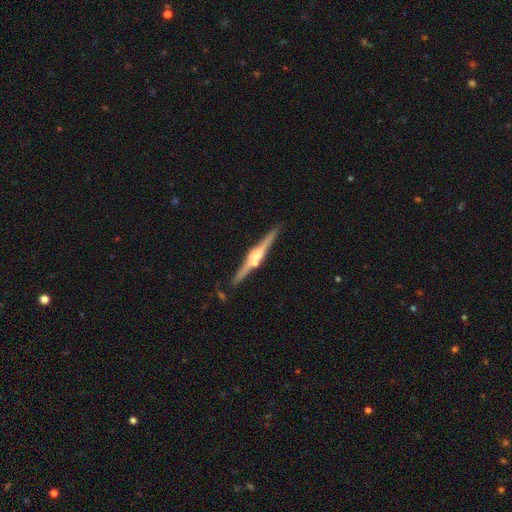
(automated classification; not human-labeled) A featured or disk galaxy (82%) viewed edge-on (98%) with a rounded central bulge (86%). Merging: none (84%).